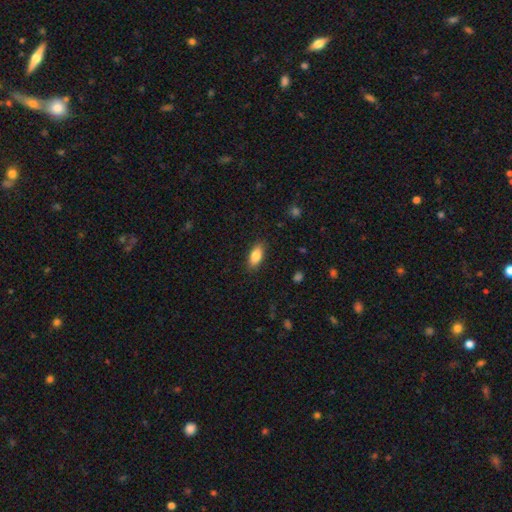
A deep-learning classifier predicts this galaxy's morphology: This appears to be a smooth galaxy with no disk features (84%) that is in between round and cigar-shaped (85%). Merging: none (87%).